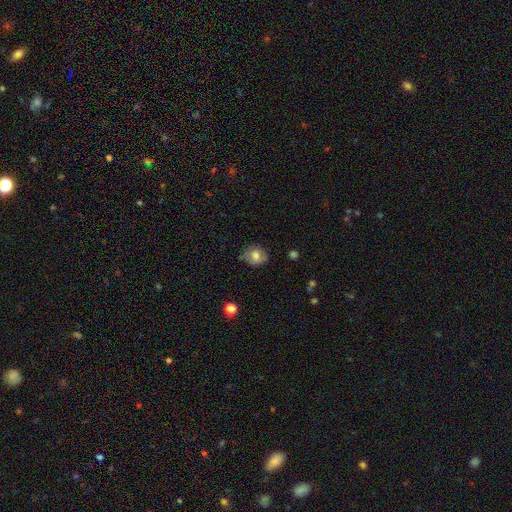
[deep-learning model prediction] Morphology: type=smooth (70%); roundness=round (64%); merging=none (73%).